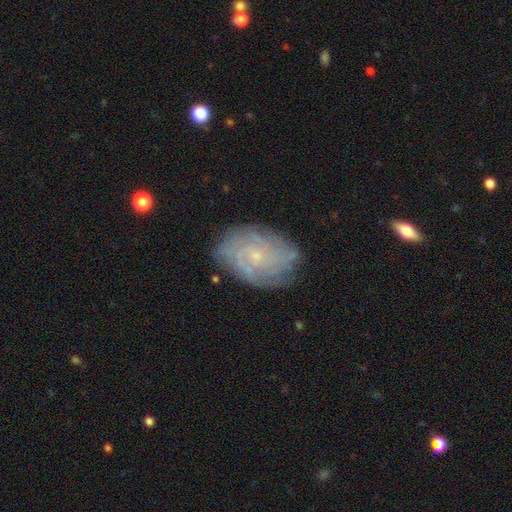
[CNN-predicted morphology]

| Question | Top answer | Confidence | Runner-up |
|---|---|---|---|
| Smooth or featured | featured or disk | 73% | smooth (19%) |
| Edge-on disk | no | 96% | yes (4%) |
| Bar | no | 74% | weak (23%) |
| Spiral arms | yes | 90% | no (10%) |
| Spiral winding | tight | 64% | medium (28%) |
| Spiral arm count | can't tell | 46% | 4 (18%) |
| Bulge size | small | 77% | moderate (16%) |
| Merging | none | 79% | minor disturbance (15%) |